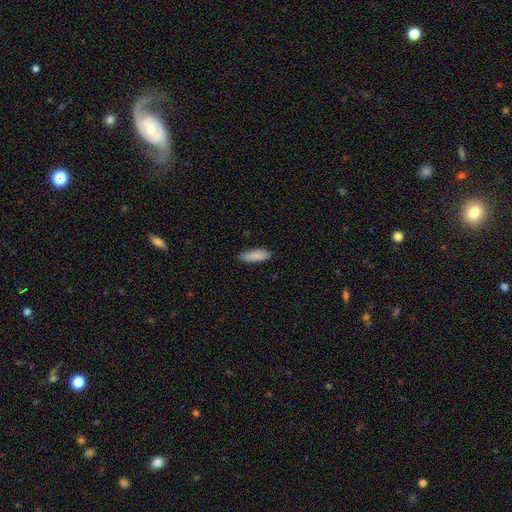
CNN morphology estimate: The model was most divided on "how rounded": in between: 62%, cigar-shaped: 37%, round: 2%. More confident: smooth or featured — smooth (87%); merging — none (81%).